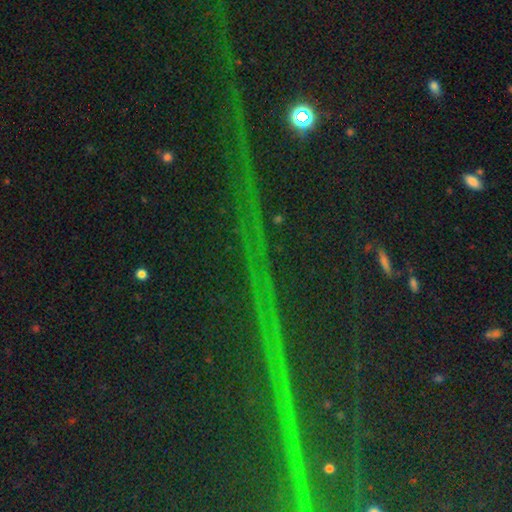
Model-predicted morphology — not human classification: star or artifact 84%, featured or disk 8%, smooth 8%.